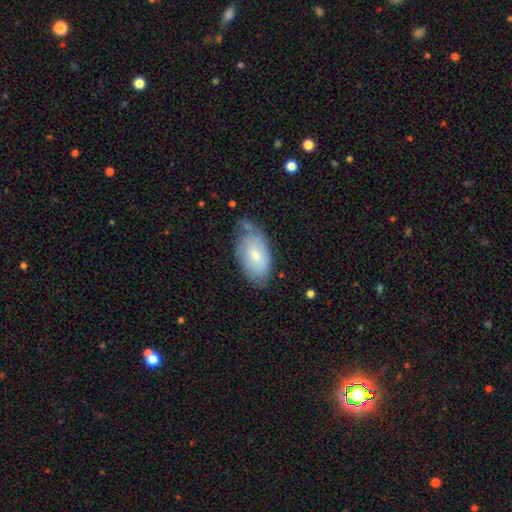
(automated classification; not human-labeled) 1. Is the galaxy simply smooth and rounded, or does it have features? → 66% smooth, 27% featured or disk, 6% star or artifact.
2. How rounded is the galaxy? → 94% in between, 4% round, 2% cigar-shaped.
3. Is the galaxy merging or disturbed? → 53% none, 31% minor disturbance, 9% major disturbance, 7% merger.